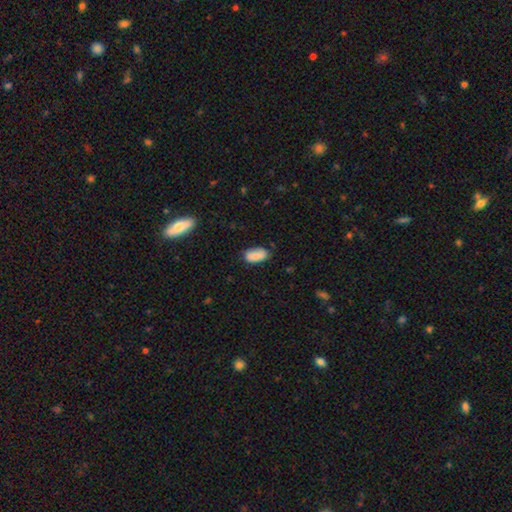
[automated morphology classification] This appears to be a smooth galaxy with no disk features (87%) that is in between round and cigar-shaped (93%). Merging: none (75%).